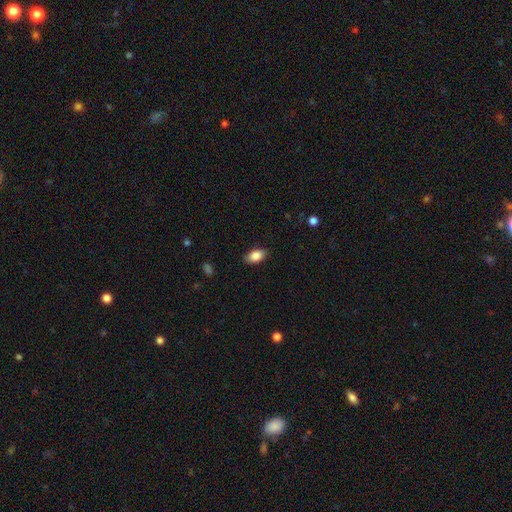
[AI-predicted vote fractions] Overall: smooth (86%). How rounded: in between (90%). Merging: none (82%).